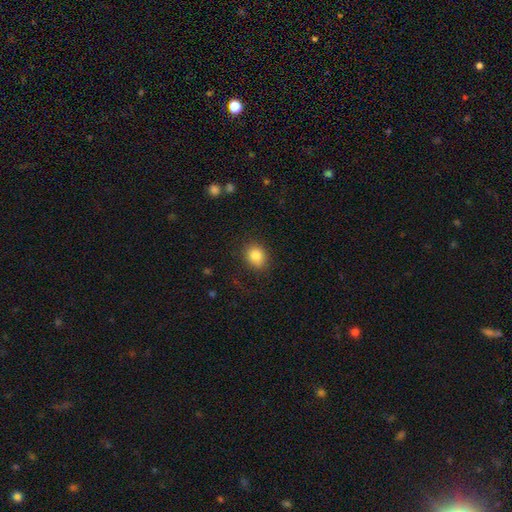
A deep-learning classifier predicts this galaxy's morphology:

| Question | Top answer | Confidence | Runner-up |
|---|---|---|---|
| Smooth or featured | smooth | 85% | star or artifact (9%) |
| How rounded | round | 56% | in between (43%) |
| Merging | none | 80% | minor disturbance (14%) |